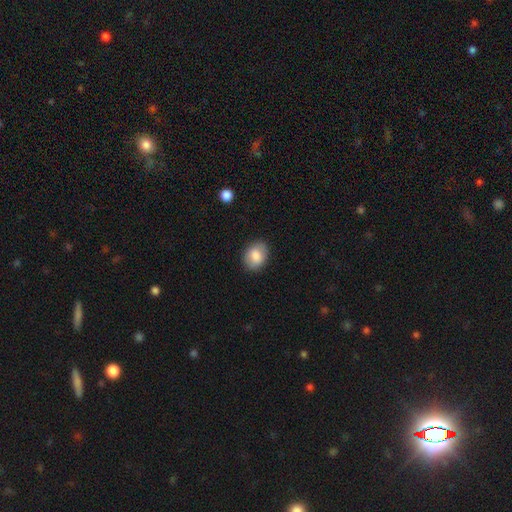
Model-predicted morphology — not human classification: The model was most divided on "how rounded": in between: 55%, round: 44%, cigar-shaped: 1%. More confident: merging — none (86%); smooth or featured — smooth (83%).